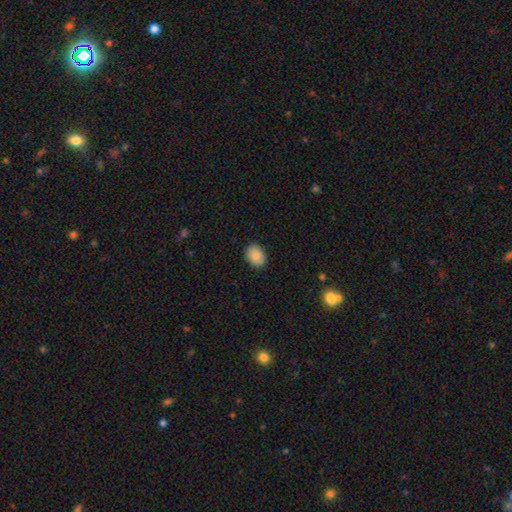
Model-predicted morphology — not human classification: Overall: smooth (89%). How rounded: in between (67%; round 32%). Merging: none (89%).